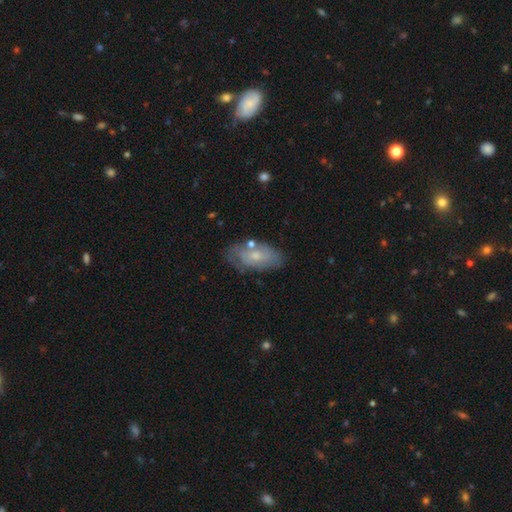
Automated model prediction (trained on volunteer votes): Smooth or featured? Predicted: featured or disk (p=0.47). Merging? Predicted: none (p=0.61).